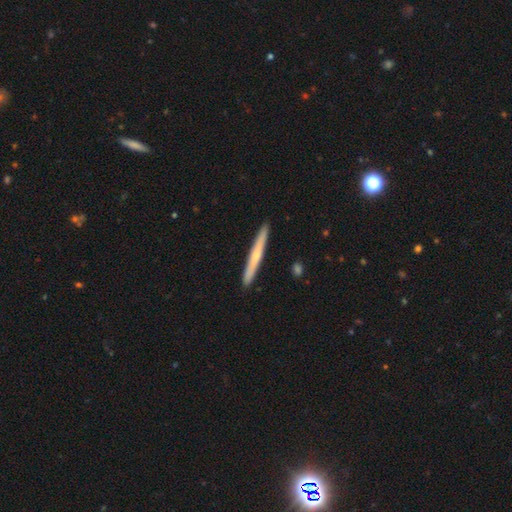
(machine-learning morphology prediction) This is possibly a featured or disk galaxy (51%). It is clearly viewed edge-on (96%). Merging: clearly none (92%).